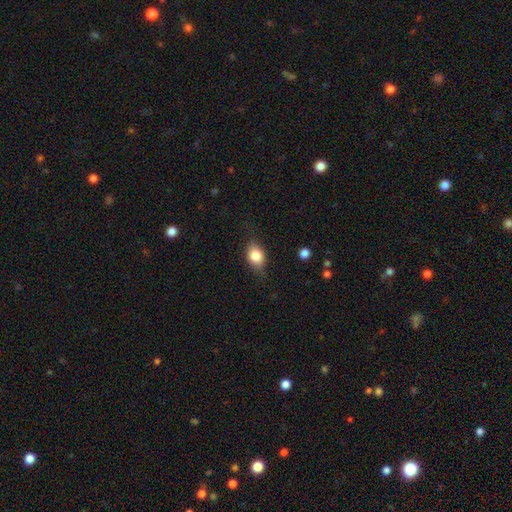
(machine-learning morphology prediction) Smooth or featured? Predicted: smooth (p=0.80). How rounded? Predicted: in between (p=0.74). Merging? Predicted: none (p=0.76).